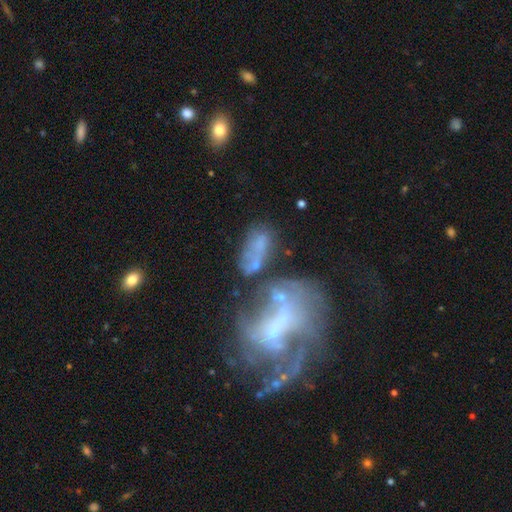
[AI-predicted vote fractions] Smooth or featured?
  - featured or disk: 46% *
  - smooth: 36%
  - star or artifact: 19%
Merging?
  - merger: 33% *
  - none: 30%
  - major disturbance: 22%
  - minor disturbance: 16%